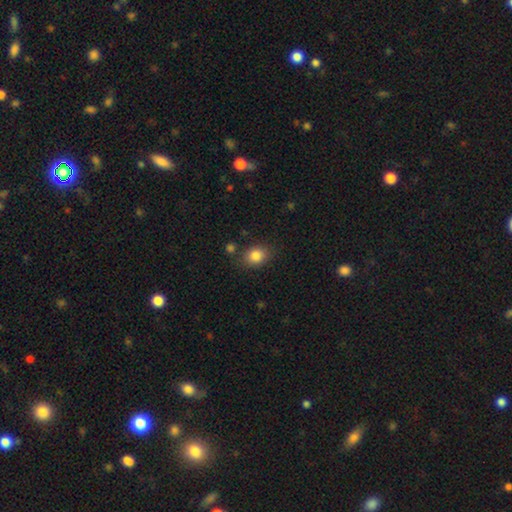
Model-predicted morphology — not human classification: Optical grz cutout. It shows a smooth galaxy with no disk features (85%) that is in between round and cigar-shaped (51%). Merging: none (78%).